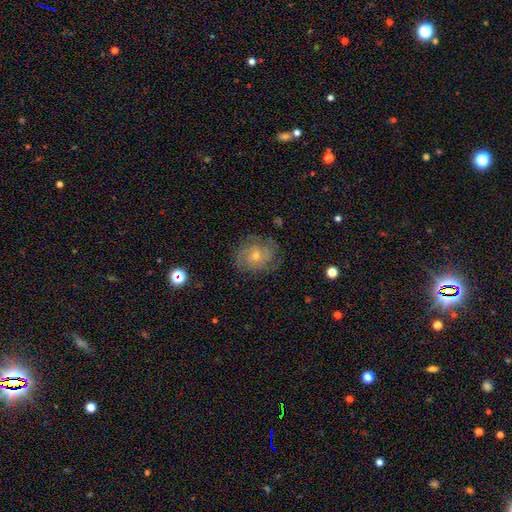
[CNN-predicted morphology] Smooth or featured?
  - featured or disk: 64% *
  - smooth: 27%
  - star or artifact: 10%
Edge-on disk?
  - no: 97% *
  - yes: 3%
Bar?
  - no: 76% *
  - weak: 21%
  - strong: 3%
Spiral arms?
  - yes: 83% *
  - no: 17%
Spiral winding?
  - tight: 59% *
  - medium: 31%
  - loose: 10%
Spiral arm count?
  - can't tell: 47% *
  - 2: 22%
  - 3: 14%
  - 4: 7%
  - 1: 5%
  - more than 4: 5%
Bulge size?
  - small: 51% *
  - moderate: 45%
  - large: 2%
  - none: 1%
  - dominant: 1%
Merging?
  - none: 73% *
  - minor disturbance: 18%
  - major disturbance: 8%
  - merger: 1%